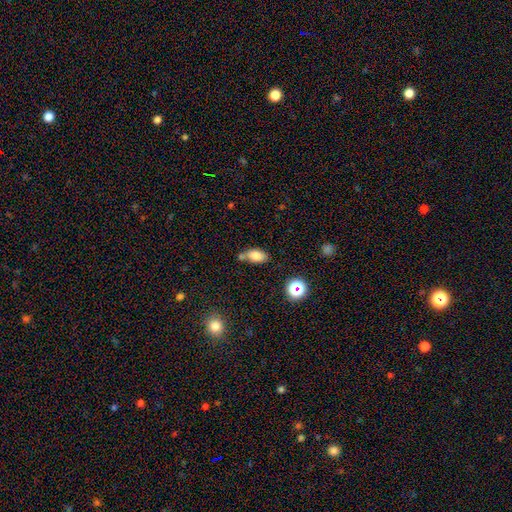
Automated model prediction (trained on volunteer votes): Smooth or featured? smooth (79%)
How rounded? in between (88%)
Merging? none (51%)